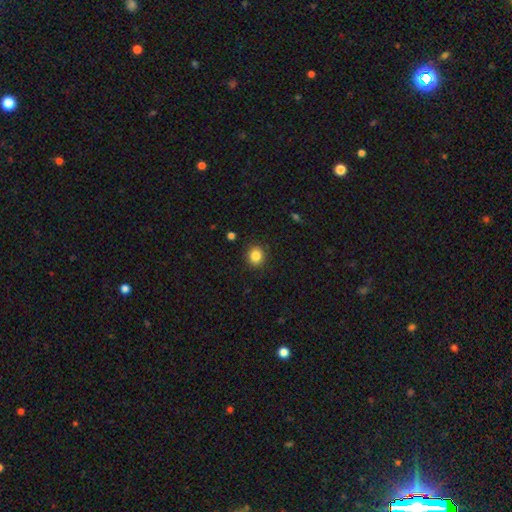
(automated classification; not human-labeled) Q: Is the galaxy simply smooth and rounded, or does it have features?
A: smooth — 85%.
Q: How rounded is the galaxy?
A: round — 84%.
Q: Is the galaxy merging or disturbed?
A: none — 90%.